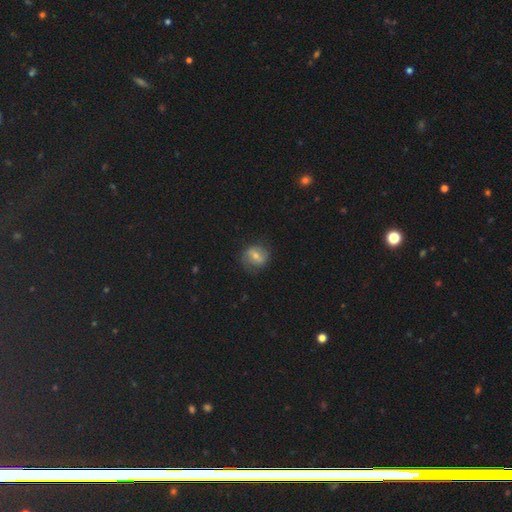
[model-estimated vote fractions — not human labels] Smooth or featured?
  - smooth: 47% *
  - featured or disk: 43%
  - star or artifact: 10%
Merging?
  - none: 72% *
  - minor disturbance: 19%
  - major disturbance: 8%
  - merger: 1%